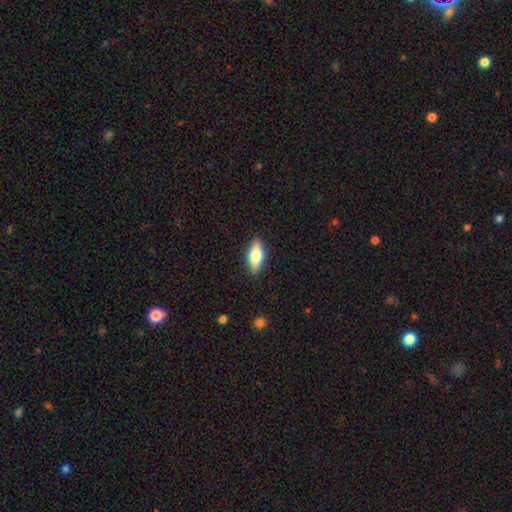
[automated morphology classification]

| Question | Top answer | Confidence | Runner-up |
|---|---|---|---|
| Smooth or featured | smooth | 65% | featured or disk (29%) |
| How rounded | in between | 75% | cigar-shaped (22%) |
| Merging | none | 89% | minor disturbance (8%) |